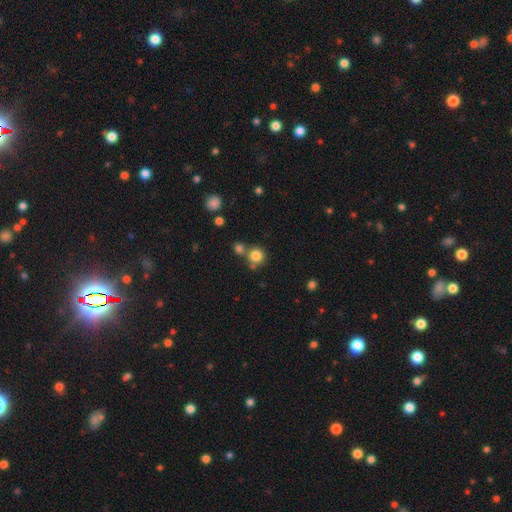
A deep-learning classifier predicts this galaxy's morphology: smooth-or-featured: smooth: 81% | star or artifact: 13% | featured or disk: 6%
  how-rounded: round: 92% | in between: 7% | cigar-shaped: 1%
  merging: none: 66% | merger: 22% | minor disturbance: 8% | major disturbance: 3%